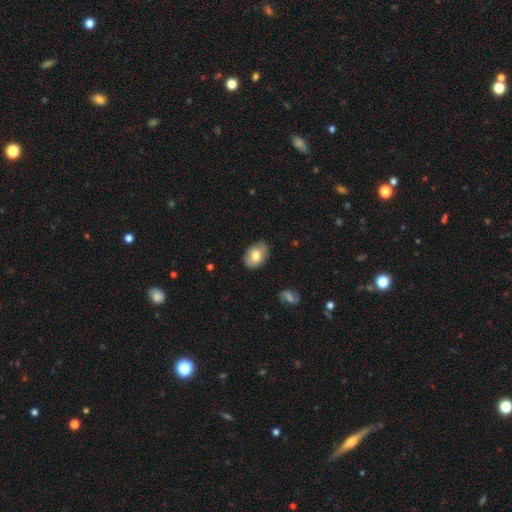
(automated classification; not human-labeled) This appears to be a smooth galaxy with no disk features (74%) that is in between round and cigar-shaped (84%). Merging: none (81%).